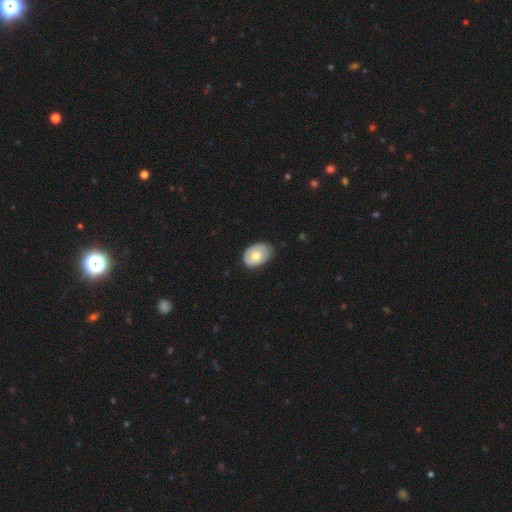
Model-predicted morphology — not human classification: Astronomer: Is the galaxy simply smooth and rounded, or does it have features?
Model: smooth — 62%.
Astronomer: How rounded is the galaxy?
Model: in between — 82%.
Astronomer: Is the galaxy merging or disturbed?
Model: none — 72%.